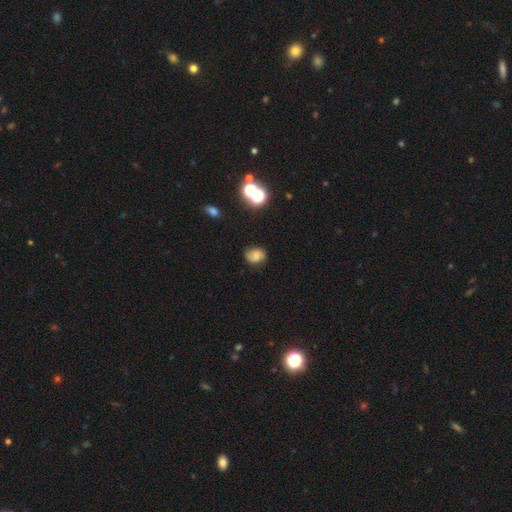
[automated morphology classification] type=smooth (56%); roundness=in between (52%); merging=none (74%).